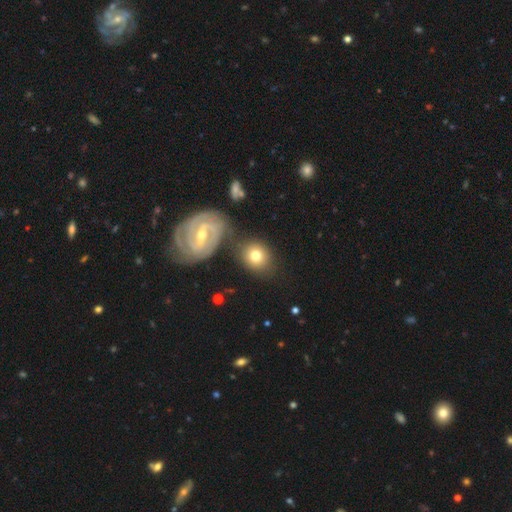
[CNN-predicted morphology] The model was most divided on "smooth or featured": smooth: 67%, featured or disk: 26%, star or artifact: 8%. More confident: how rounded — round (75%); merging — none (69%).